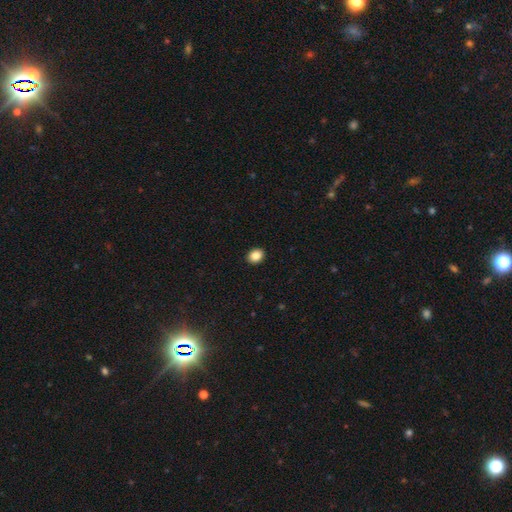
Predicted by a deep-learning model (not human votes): smooth 88%, star or artifact 9%, featured or disk 3%. Down the decision tree: how rounded — round (53%); merging — none (92%).